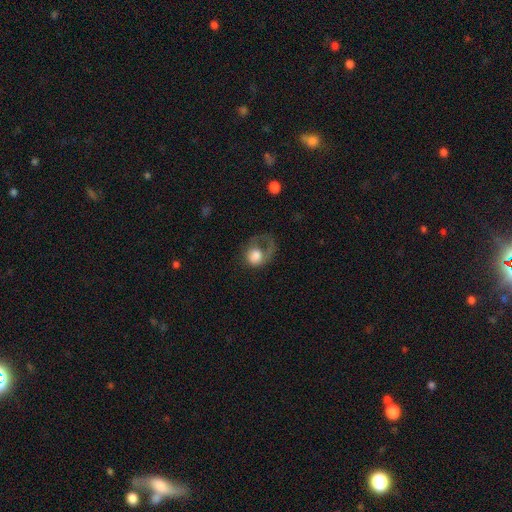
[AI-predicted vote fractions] Morphology: type=smooth (59%); roundness=round (61%); merging=major disturbance (61%).